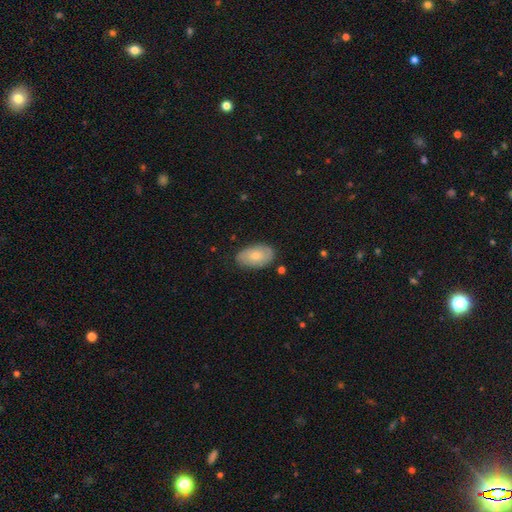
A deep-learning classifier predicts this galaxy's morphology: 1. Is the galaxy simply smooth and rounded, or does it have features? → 66% smooth, 28% featured or disk, 6% star or artifact.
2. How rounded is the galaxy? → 93% in between, 6% round, 1% cigar-shaped.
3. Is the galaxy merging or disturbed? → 79% none, 16% minor disturbance, 3% major disturbance, 1% merger.